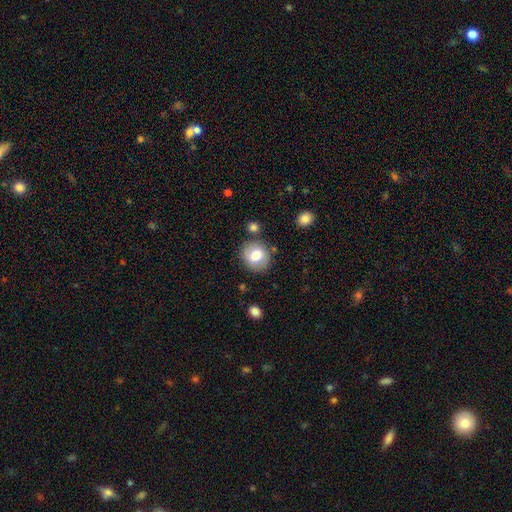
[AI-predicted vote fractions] A smooth galaxy with no disk features (74%) that is round (79%). Merging: none (80%).